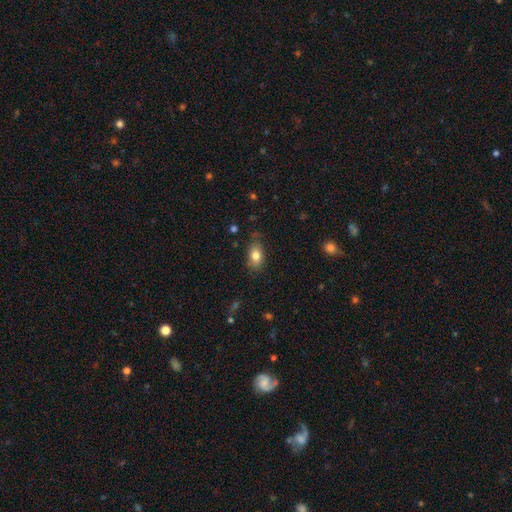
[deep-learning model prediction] The model was most divided on "merging": none: 76%, minor disturbance: 19%, major disturbance: 4%, merger: 2%. More confident: how rounded — in between (86%); smooth or featured — smooth (81%).